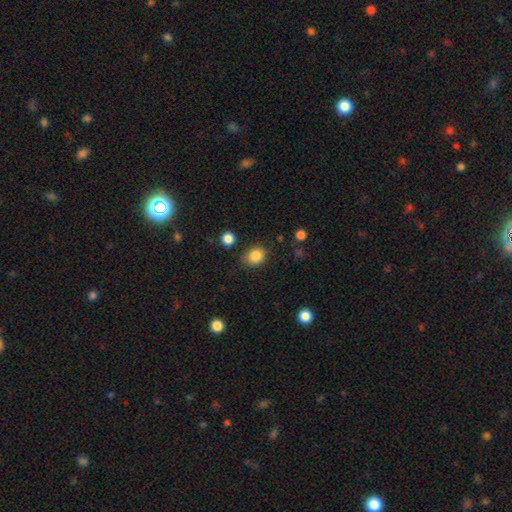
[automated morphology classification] Smooth or featured: smooth — 86% (star or artifact — 10%)
How rounded: round — 52% (in between — 47%)
Merging: none — 80% (minor disturbance — 14%)